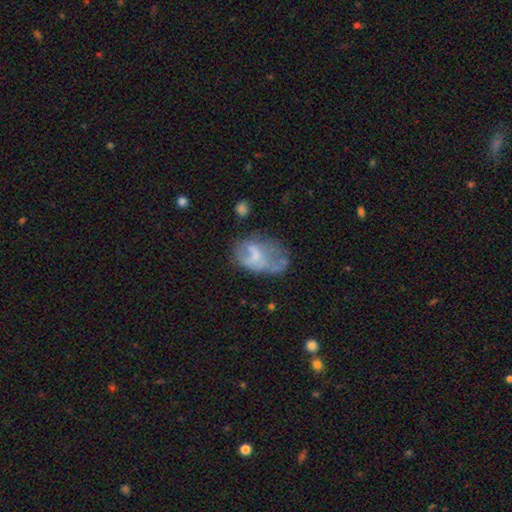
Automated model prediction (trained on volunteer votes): This is possibly a featured or disk galaxy (47%). Merging: marginally none (33%).